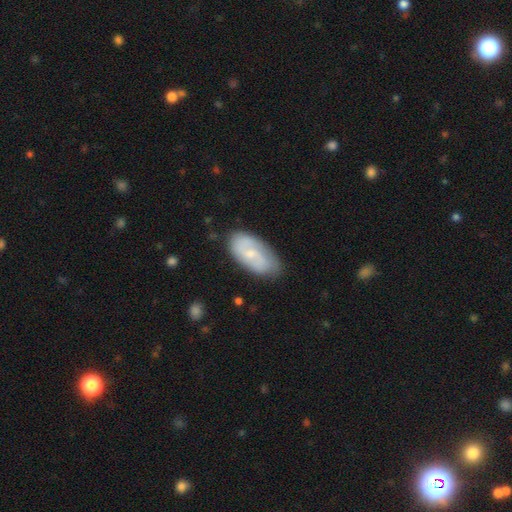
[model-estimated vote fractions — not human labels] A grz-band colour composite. It shows a featured or disk galaxy (47%). Merging: none (75%).